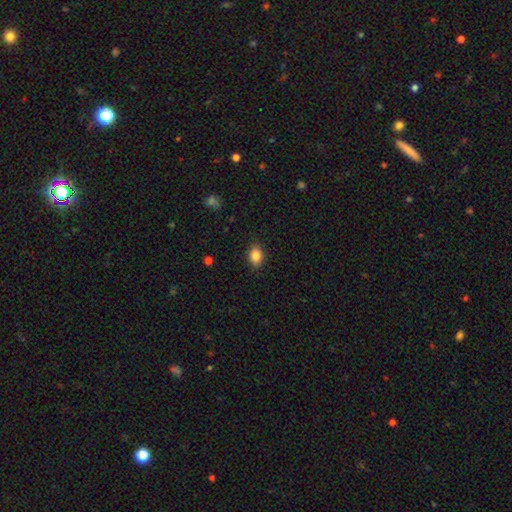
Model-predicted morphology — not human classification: A smooth galaxy with no disk features (85%) that is in between round and cigar-shaped (76%).

Vote fractions:
- Smooth or featured? smooth: 85% / star or artifact: 9% / featured or disk: 6%
- How rounded? in between: 76% / round: 23% / cigar-shaped: 1%
- Merging? none: 87% / minor disturbance: 10% / major disturbance: 2% / merger: 1%